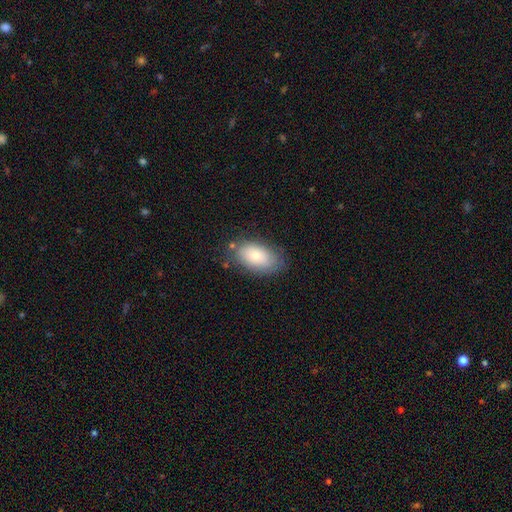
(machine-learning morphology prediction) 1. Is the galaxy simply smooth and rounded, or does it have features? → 73% smooth, 20% featured or disk, 7% star or artifact.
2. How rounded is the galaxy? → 92% in between, 6% round, 2% cigar-shaped.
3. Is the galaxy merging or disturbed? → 75% none, 18% minor disturbance, 5% major disturbance, 3% merger.